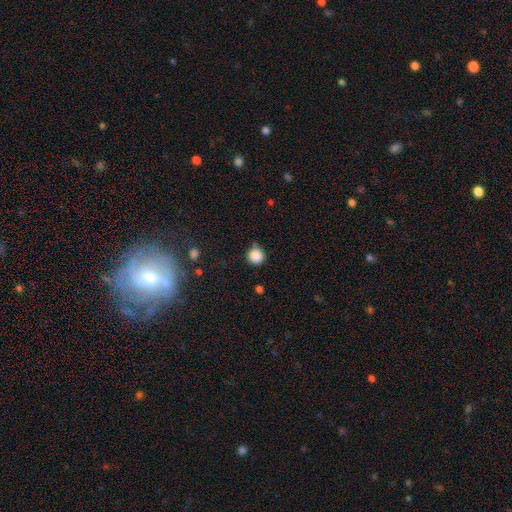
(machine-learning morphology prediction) A smooth galaxy with no disk features (86%) that is round (94%). Merging: none (76%).